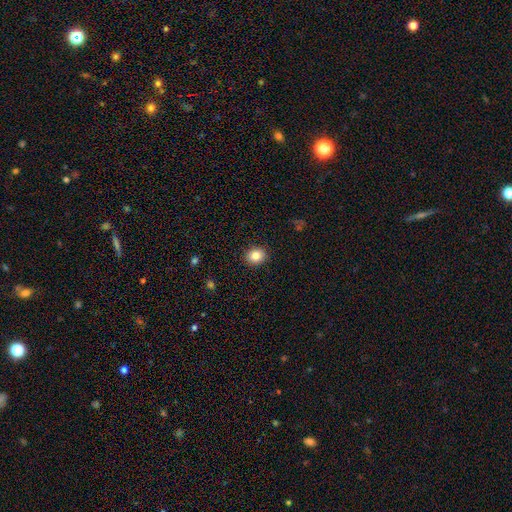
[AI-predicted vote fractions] smooth-or-featured: smooth: 84% | star or artifact: 10% | featured or disk: 6%
  how-rounded: round: 71% | in between: 28% | cigar-shaped: 1%
  merging: none: 90% | minor disturbance: 7% | major disturbance: 2% | merger: 1%